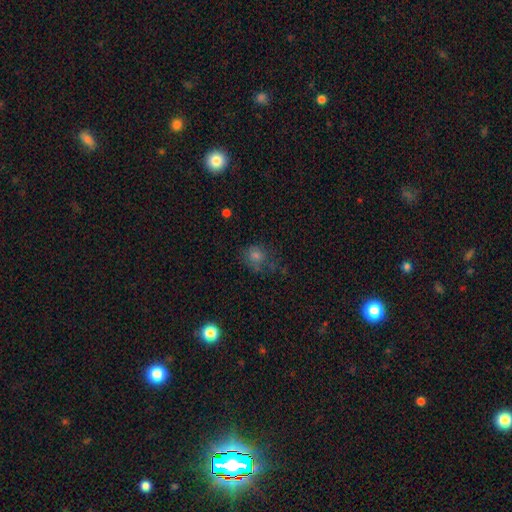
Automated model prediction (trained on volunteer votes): smooth 73%, star or artifact 15%, featured or disk 12%. Down the decision tree: how rounded — round (69%); merging — none (54%).